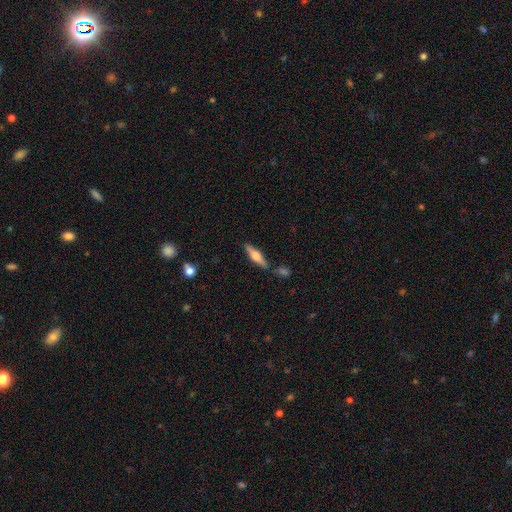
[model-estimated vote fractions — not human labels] Overall: featured or disk (55%; smooth 38%). Edge-on disk: yes (95%). Edge-on bulge: rounded (90%). Merging: none (80%).